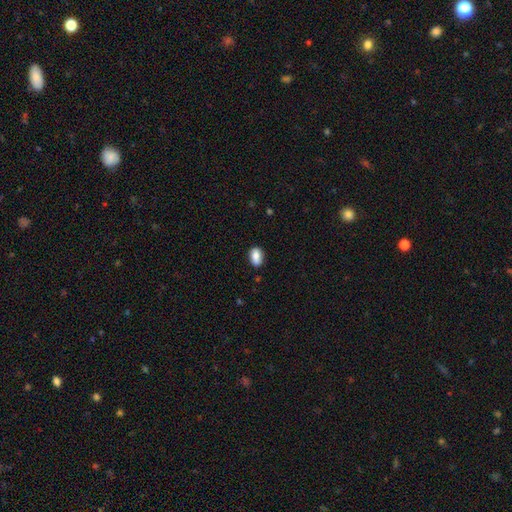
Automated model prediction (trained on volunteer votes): A smooth galaxy with no disk features (82%) that is in between round and cigar-shaped (85%). Merging: none (80%).